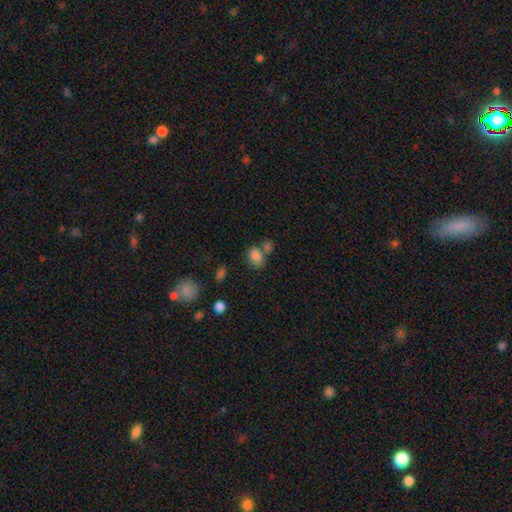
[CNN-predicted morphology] smooth_or_featured: smooth (p=0.83) [alt: star or artifact p=0.10]
how_rounded: in between (p=0.74) [alt: round p=0.25]
merging: none (p=0.47) [alt: merger p=0.33]